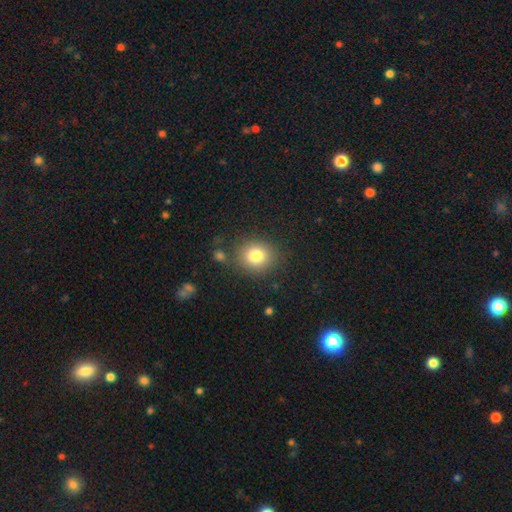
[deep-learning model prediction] Smooth or featured: smooth — 80% (star or artifact — 11%)
How rounded: round — 78% (in between — 21%)
Merging: none — 81% (minor disturbance — 10%)